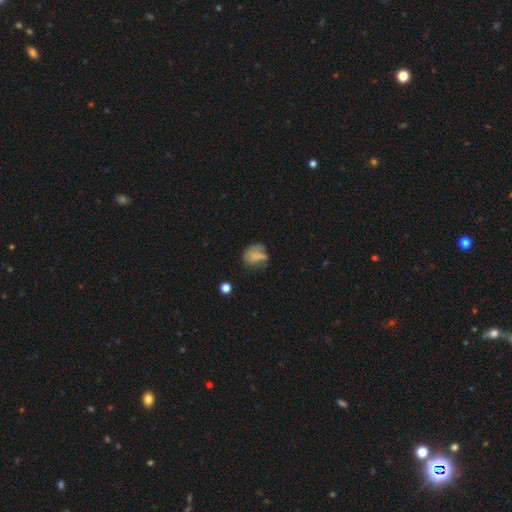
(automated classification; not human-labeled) Overall: smooth (68%). How rounded: round (56%; in between 43%). Merging: none (44%; minor disturbance 32%).